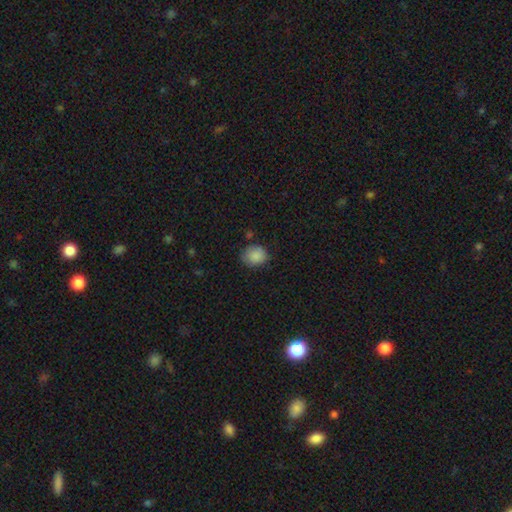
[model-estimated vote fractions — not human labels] Overall: smooth (87%). How rounded: round (66%; in between 33%). Merging: none (73%).